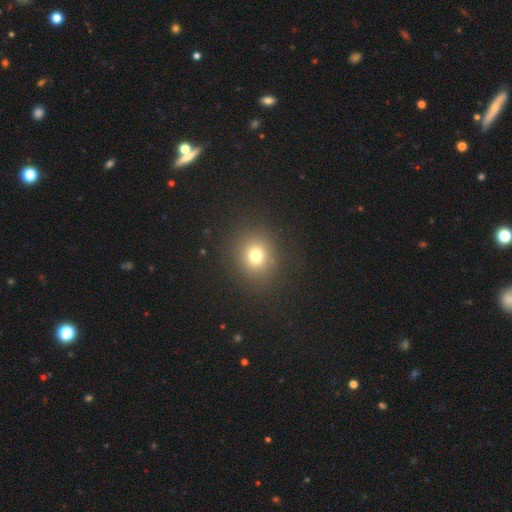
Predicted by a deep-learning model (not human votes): Overall: smooth (74%). How rounded: round (81%). Merging: none (88%).